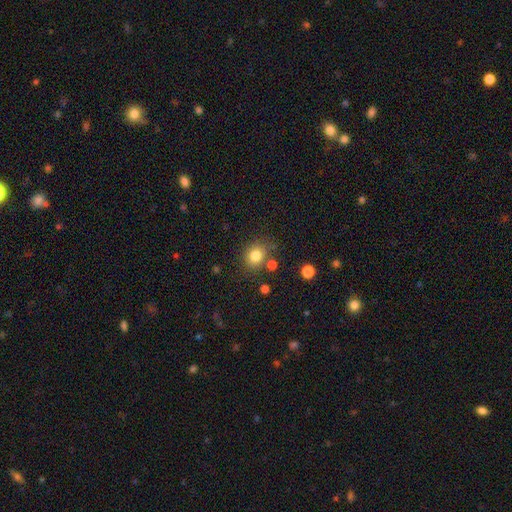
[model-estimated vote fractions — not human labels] A smooth galaxy with no disk features (81%) that is round (68%). Merging: none (74%).